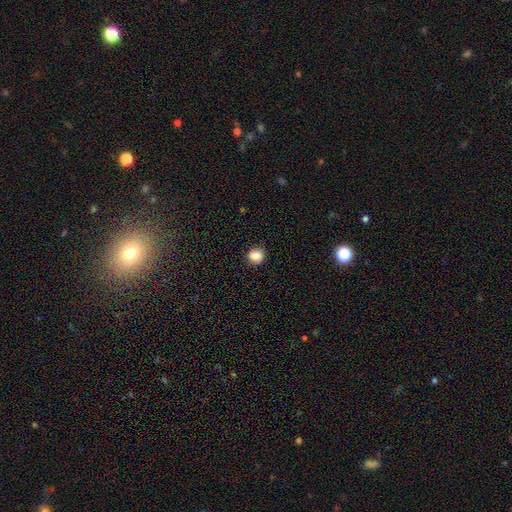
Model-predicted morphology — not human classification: Smooth or featured? Predicted: smooth (p=0.82). How rounded? Predicted: round (p=0.75). Merging? Predicted: none (p=0.83).